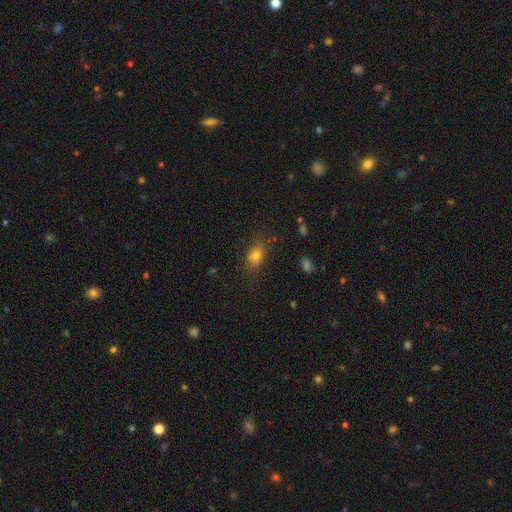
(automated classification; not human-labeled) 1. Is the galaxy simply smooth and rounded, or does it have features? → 73% smooth, 15% star or artifact, 12% featured or disk.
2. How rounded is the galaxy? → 66% in between, 30% round, 4% cigar-shaped.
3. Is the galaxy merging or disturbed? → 66% none, 17% minor disturbance, 10% merger, 6% major disturbance.